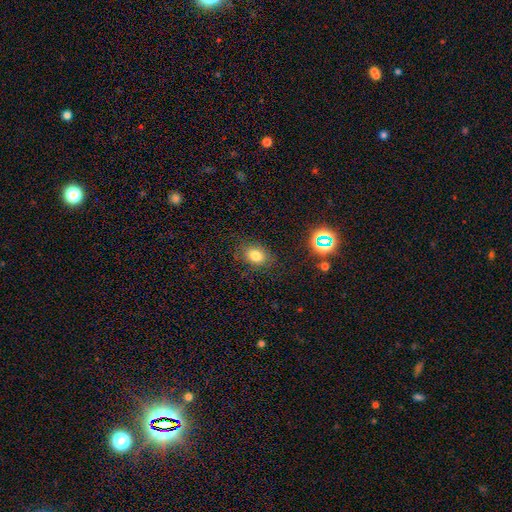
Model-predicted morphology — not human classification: smooth 77%, star or artifact 14%, featured or disk 8%. Down the decision tree: how rounded — in between (63%); merging — none (80%).